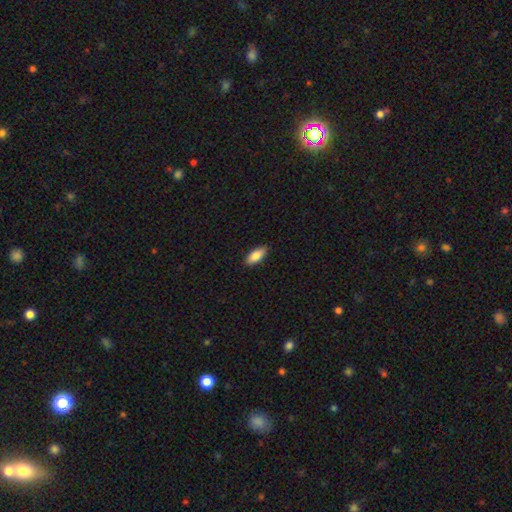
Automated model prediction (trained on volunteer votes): smooth-or-featured: smooth: 86% | featured or disk: 8% | star or artifact: 6%
  how-rounded: in between: 85% | cigar-shaped: 12% | round: 2%
  merging: none: 88% | minor disturbance: 9% | major disturbance: 2% | merger: 1%